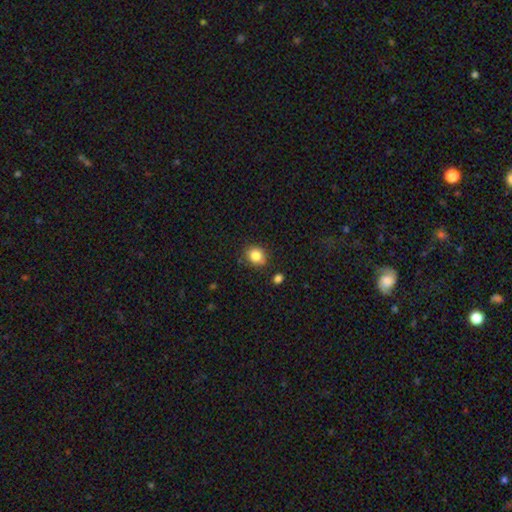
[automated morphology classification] Smooth or featured?
  - smooth: 83% *
  - star or artifact: 10%
  - featured or disk: 7%
How rounded?
  - round: 65% *
  - in between: 34%
  - cigar-shaped: 1%
Merging?
  - none: 80% *
  - minor disturbance: 13%
  - merger: 3%
  - major disturbance: 3%